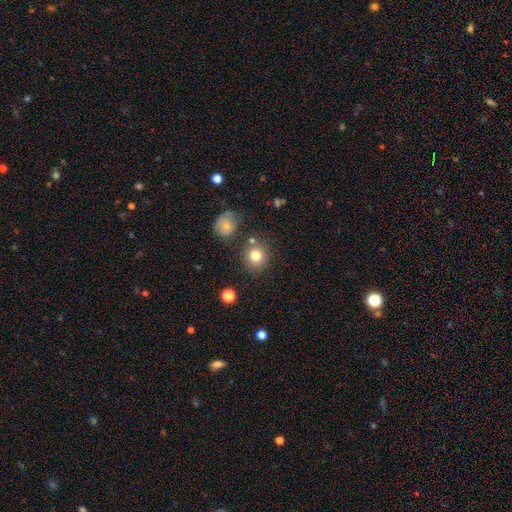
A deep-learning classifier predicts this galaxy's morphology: This appears to be a smooth galaxy with no disk features (79%) that is round (84%). Merging: none (77%).